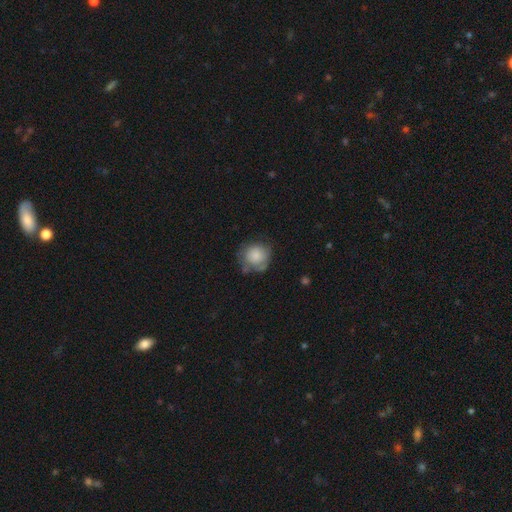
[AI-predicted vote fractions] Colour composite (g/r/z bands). It shows a smooth galaxy with no disk features (76%) that is round (84%). Merging: none (55%).